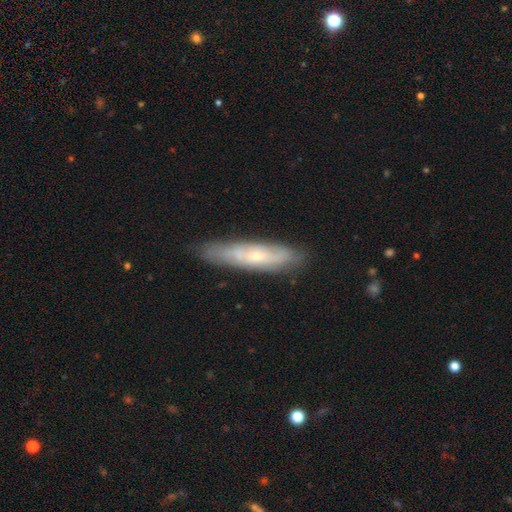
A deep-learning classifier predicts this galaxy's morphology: The model was most divided on "edge-on disk": no: 61%, yes: 39%. More confident: merging — none (77%); smooth or featured — featured or disk (59%).